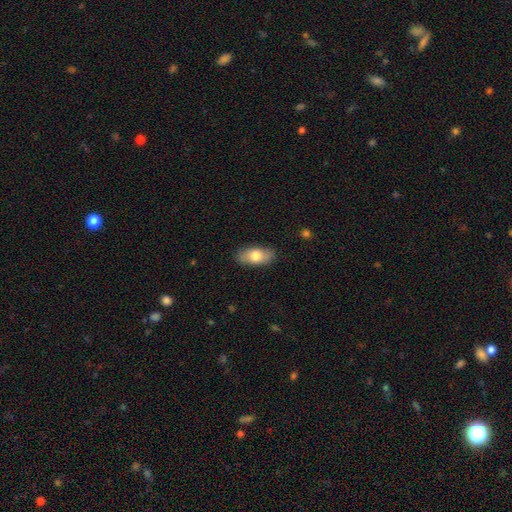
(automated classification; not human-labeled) A smooth galaxy with no disk features (76%) that is in between round and cigar-shaped (88%).

Vote fractions:
- Smooth or featured? smooth: 76% / featured or disk: 19% / star or artifact: 6%
- How rounded? in between: 88% / cigar-shaped: 8% / round: 4%
- Merging? none: 87% / minor disturbance: 10% / major disturbance: 2% / merger: 1%